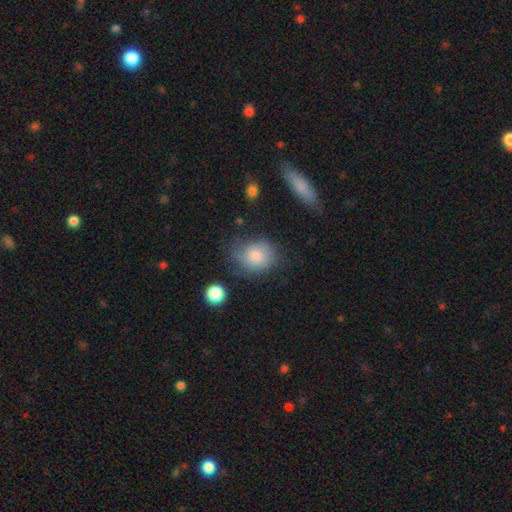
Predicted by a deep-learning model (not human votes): Smooth or featured: smooth — 70% (featured or disk — 21%)
How rounded: round — 59% (in between — 39%)
Merging: none — 54% (minor disturbance — 30%)